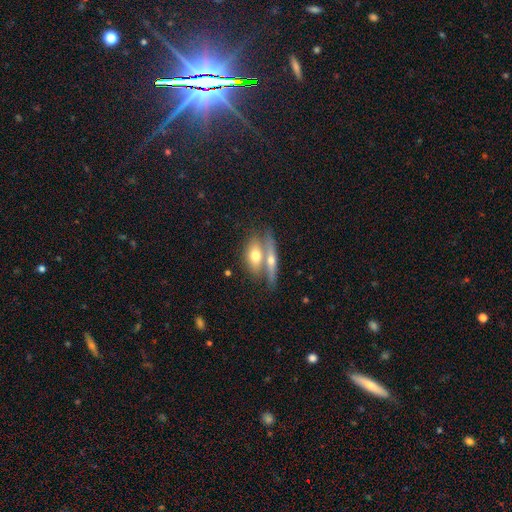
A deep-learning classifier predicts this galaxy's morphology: This appears to be a smooth galaxy with no disk features (57%) that is in between round and cigar-shaped (69%). Merging: merger (52%).